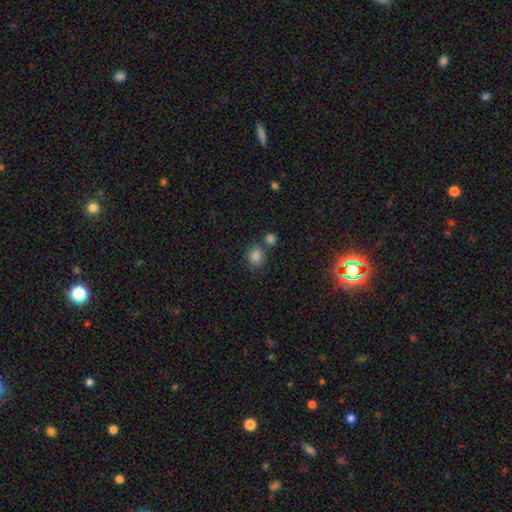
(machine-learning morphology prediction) This appears to be a smooth galaxy with no disk features (82%) that is round (74%). Merging: none (65%).